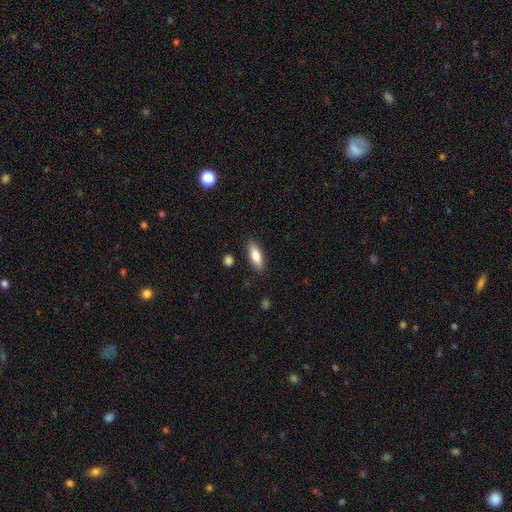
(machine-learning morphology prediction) smooth_or_featured: smooth (p=0.78) [alt: featured or disk p=0.15]
how_rounded: in between (p=0.69) [alt: cigar-shaped p=0.28]
merging: none (p=0.86) [alt: minor disturbance p=0.10]